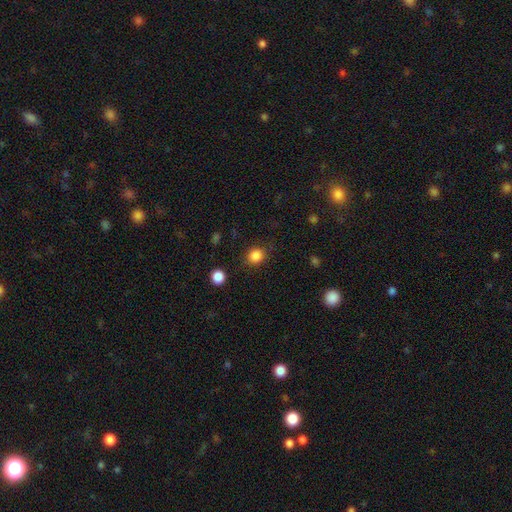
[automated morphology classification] type=smooth (85%); roundness=round (79%); merging=none (84%).